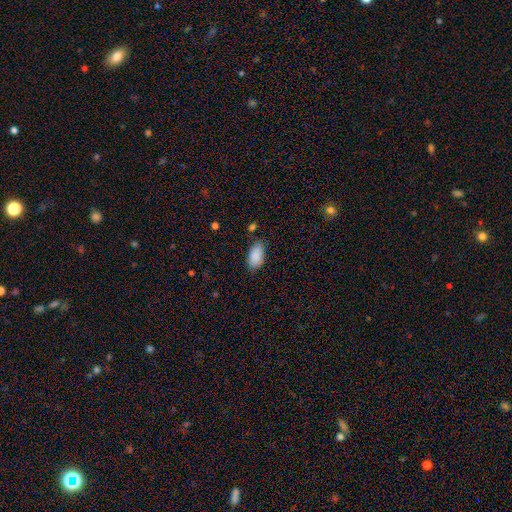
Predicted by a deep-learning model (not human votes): Smooth or featured?
  - smooth: 89% *
  - star or artifact: 7%
  - featured or disk: 4%
How rounded?
  - in between: 94% *
  - round: 3%
  - cigar-shaped: 3%
Merging?
  - none: 77% *
  - minor disturbance: 17%
  - major disturbance: 4%
  - merger: 2%